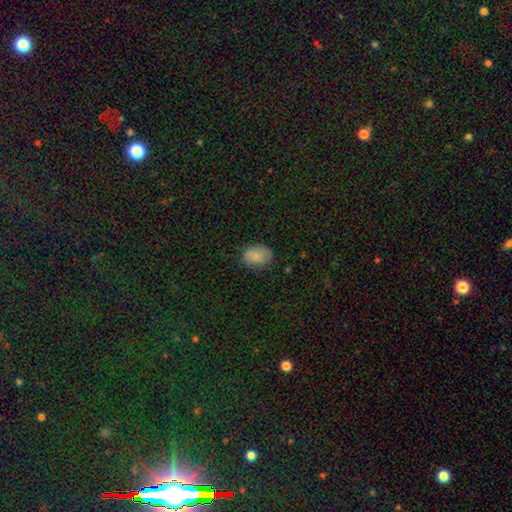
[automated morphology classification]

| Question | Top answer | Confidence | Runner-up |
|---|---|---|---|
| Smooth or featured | smooth | 79% | featured or disk (13%) |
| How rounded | in between | 74% | round (25%) |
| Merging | none | 70% | minor disturbance (22%) |